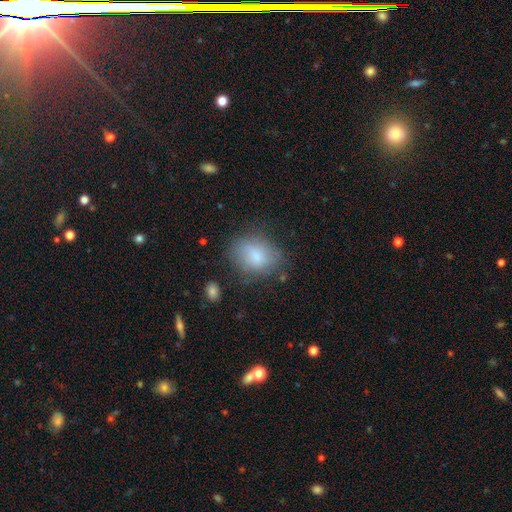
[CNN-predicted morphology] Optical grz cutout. It shows a smooth galaxy with no disk features (74%) that is in between round and cigar-shaped (59%). Merging: none (62%).